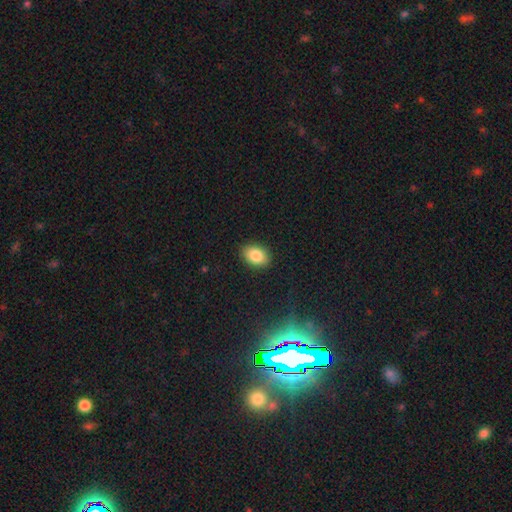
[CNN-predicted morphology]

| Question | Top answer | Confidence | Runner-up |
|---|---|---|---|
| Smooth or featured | smooth | 85% | star or artifact (9%) |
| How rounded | in between | 84% | round (15%) |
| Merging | none | 88% | minor disturbance (8%) |